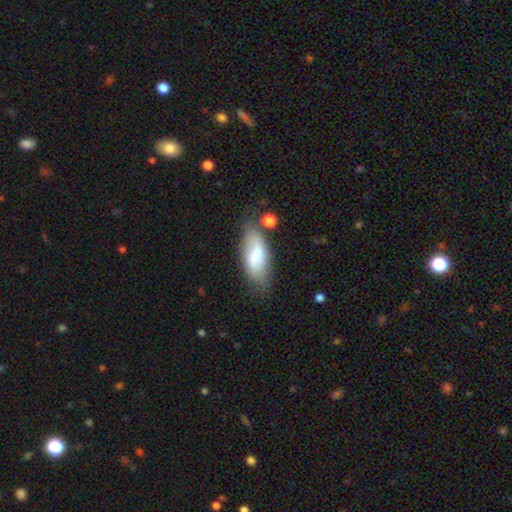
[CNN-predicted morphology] smooth 56%, featured or disk 37%, star or artifact 7%. Down the decision tree: how rounded — in between (81%); merging — none (66%).